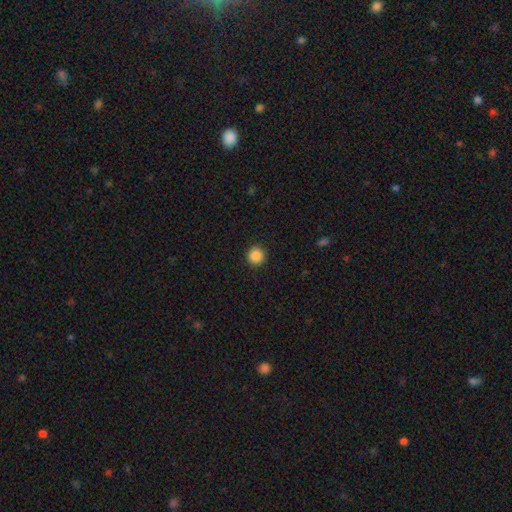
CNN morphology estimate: A smooth galaxy with no disk features (87%) that is round (94%).

Vote fractions:
- Smooth or featured? smooth: 87% / star or artifact: 10% / featured or disk: 3%
- How rounded? round: 94% / in between: 5% / cigar-shaped: 1%
- Merging? none: 92% / minor disturbance: 5% / major disturbance: 2% / merger: 1%